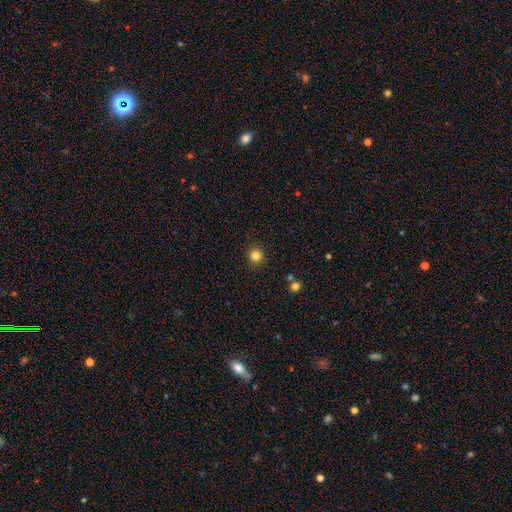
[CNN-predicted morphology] The model was most divided on "smooth or featured": smooth: 83%, star or artifact: 12%, featured or disk: 4%. More confident: how rounded — round (92%); merging — none (91%).